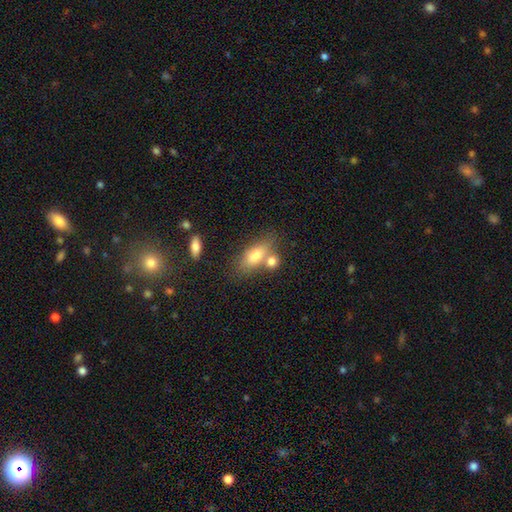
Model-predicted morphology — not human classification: Smooth or featured: smooth — 74% (featured or disk — 18%)
How rounded: in between — 79% (cigar-shaped — 12%)
Merging: none — 50% (merger — 32%)